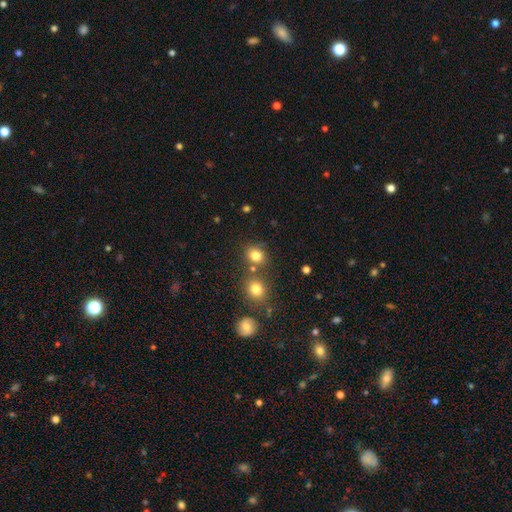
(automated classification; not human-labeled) smooth-or-featured: smooth: 79% | star or artifact: 14% | featured or disk: 7%
  how-rounded: round: 75% | in between: 24% | cigar-shaped: 1%
  merging: none: 68% | merger: 17% | minor disturbance: 10% | major disturbance: 4%